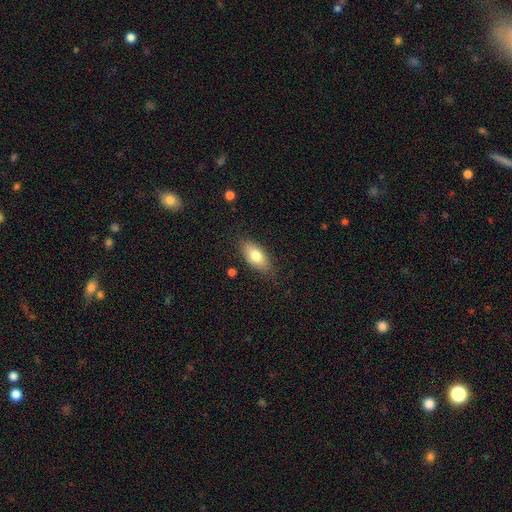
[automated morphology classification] This is likely a smooth galaxy (78%). How rounded: clearly in between (88%). Merging: likely none (80%).